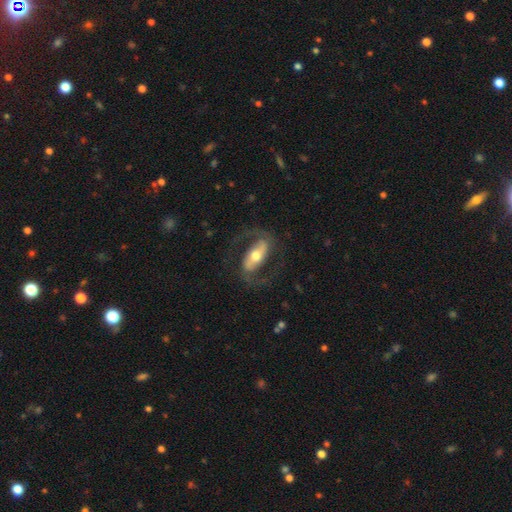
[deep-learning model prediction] Overall: featured or disk (82%). Edge-on disk: no (94%). Bar: strong (53%; weak 29%). Spiral arms: yes (91%). Spiral arm count: 2 (91%). Spiral winding: medium (52%; loose 34%). Bulge size: moderate (67%). Merging: none (75%).